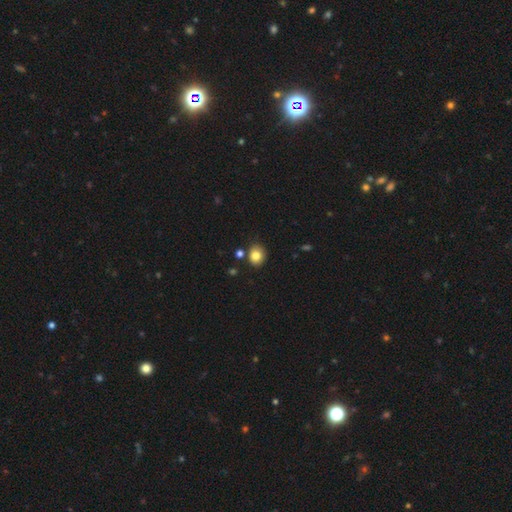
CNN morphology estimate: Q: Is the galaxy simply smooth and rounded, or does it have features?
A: smooth — 82%.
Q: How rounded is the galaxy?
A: round — 63%.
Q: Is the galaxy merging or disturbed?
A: none — 79%.